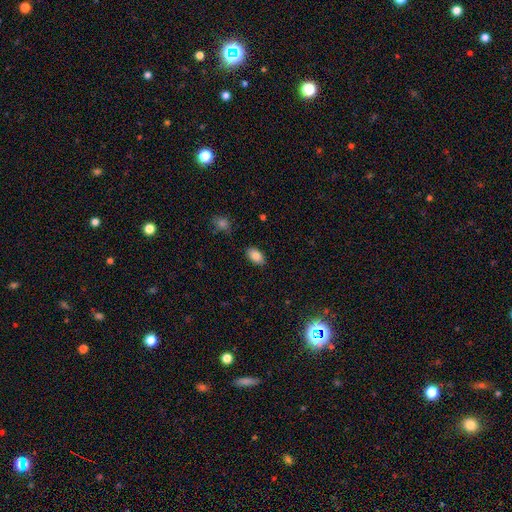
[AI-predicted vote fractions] Smooth or featured? smooth (84%)
How rounded? in between (92%)
Merging? none (86%)